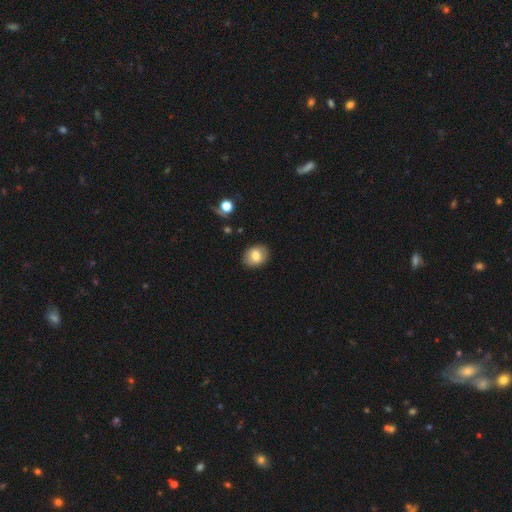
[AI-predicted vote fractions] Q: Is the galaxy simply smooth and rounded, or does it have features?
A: smooth — 76%.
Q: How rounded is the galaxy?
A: in between — 55%.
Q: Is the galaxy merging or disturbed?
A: none — 86%.